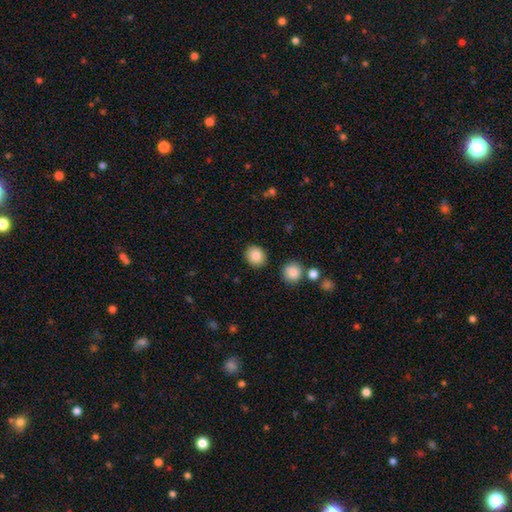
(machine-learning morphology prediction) Overall: smooth (86%). How rounded: round (77%). Merging: none (88%).